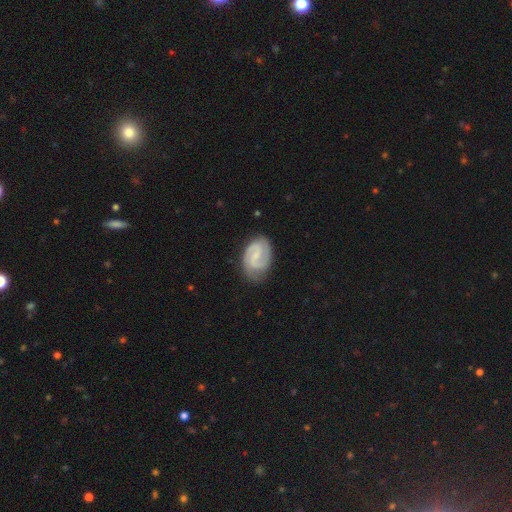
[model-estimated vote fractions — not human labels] This appears to be a featured or disk galaxy (85%) with a weak bar (53%), 2 (91%) medium (49%) spiral arms (97%) and a small central bulge (56%). Merging: none (80%).